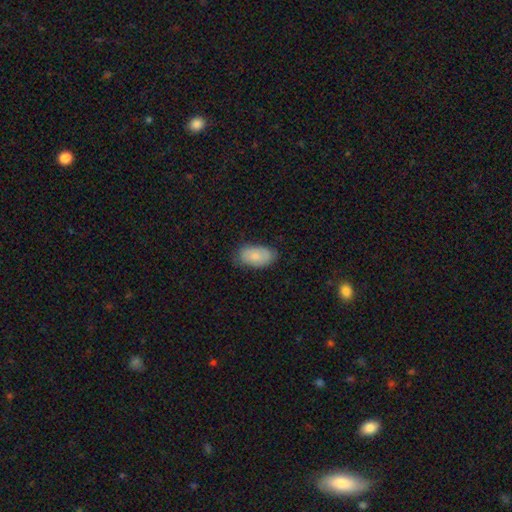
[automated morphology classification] A smooth galaxy with no disk features (78%) that is in between round and cigar-shaped (94%).

Vote fractions:
- Smooth or featured? smooth: 78% / featured or disk: 15% / star or artifact: 6%
- How rounded? in between: 94% / round: 4% / cigar-shaped: 2%
- Merging? none: 73% / minor disturbance: 22% / major disturbance: 4% / merger: 1%